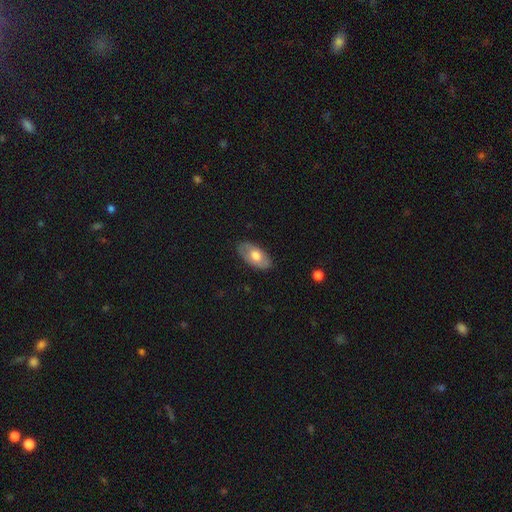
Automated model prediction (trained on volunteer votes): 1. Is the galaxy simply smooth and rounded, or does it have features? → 60% smooth, 35% featured or disk, 6% star or artifact.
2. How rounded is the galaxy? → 94% in between, 4% round, 3% cigar-shaped.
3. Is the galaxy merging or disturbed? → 81% none, 15% minor disturbance, 3% major disturbance, 1% merger.